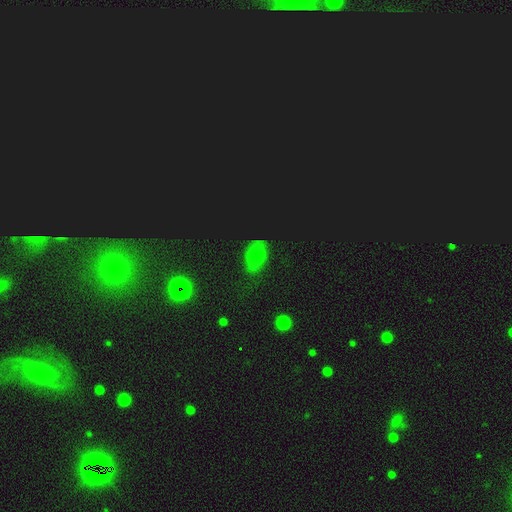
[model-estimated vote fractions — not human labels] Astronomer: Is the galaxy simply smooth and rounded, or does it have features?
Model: smooth — 63%.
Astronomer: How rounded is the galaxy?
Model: in between — 58% (runner-up: round, 40%).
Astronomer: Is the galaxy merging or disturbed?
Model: none — 65%.